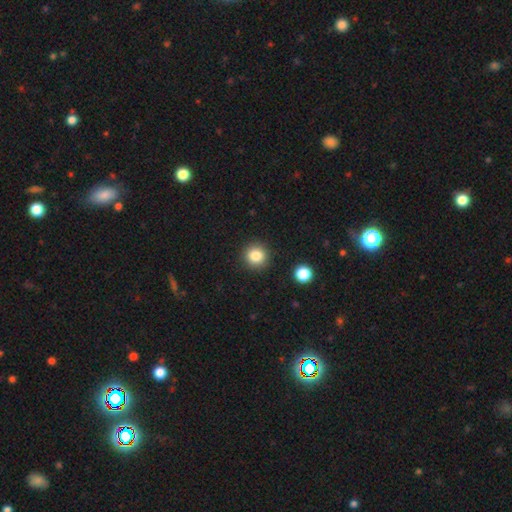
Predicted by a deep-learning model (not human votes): Morphology: type=smooth (83%); roundness=round (93%); merging=none (90%).